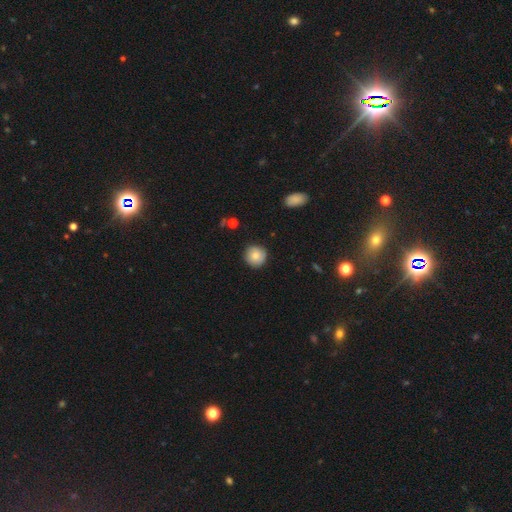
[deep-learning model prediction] smooth_or_featured: smooth (p=0.82) [alt: featured or disk p=0.10]
how_rounded: round (p=0.94) [alt: in between p=0.05]
merging: none (p=0.88) [alt: minor disturbance p=0.09]